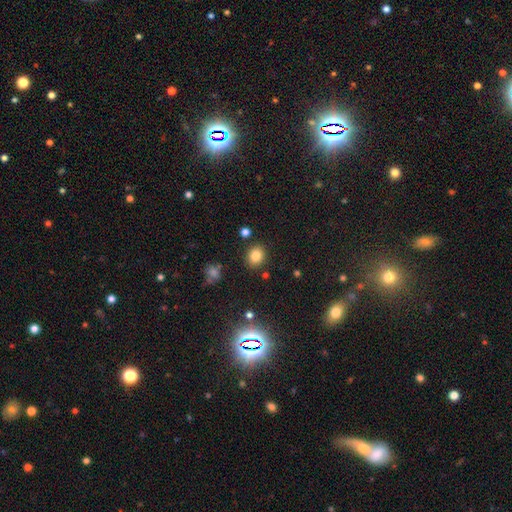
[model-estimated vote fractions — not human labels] A smooth galaxy with no disk features (80%) that is round (67%). Merging: none (86%).